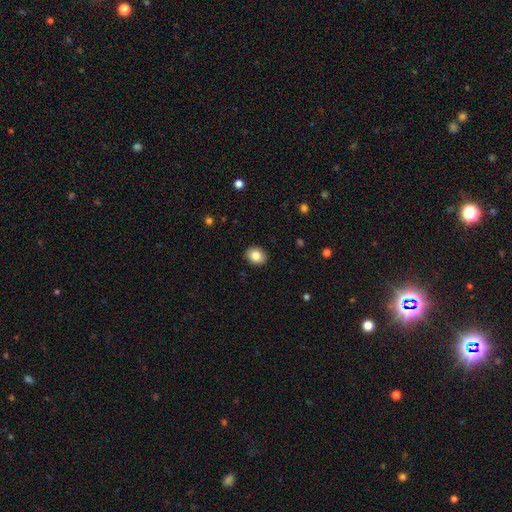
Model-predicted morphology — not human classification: Smooth or featured: smooth — 84% (star or artifact — 9%)
How rounded: round — 54% (in between — 45%)
Merging: none — 91% (minor disturbance — 6%)